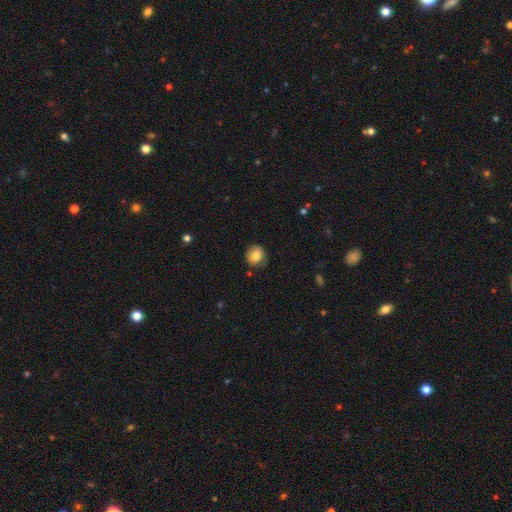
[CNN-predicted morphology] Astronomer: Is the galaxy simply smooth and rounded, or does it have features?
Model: smooth — 81%.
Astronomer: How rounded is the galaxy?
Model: round — 74%.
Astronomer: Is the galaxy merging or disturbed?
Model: none — 80%.